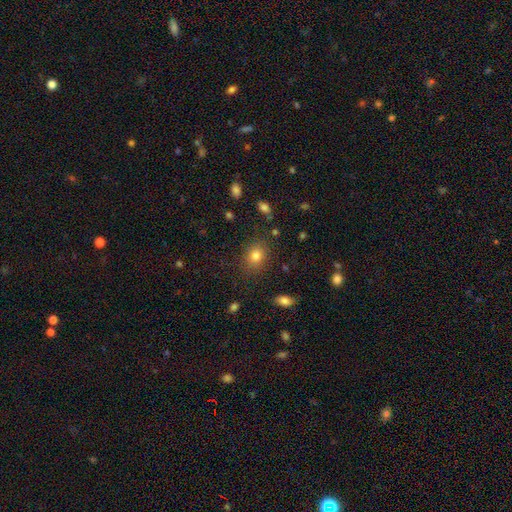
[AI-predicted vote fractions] smooth-or-featured: smooth: 80% | star or artifact: 12% | featured or disk: 7%
  how-rounded: round: 50% | in between: 49% | cigar-shaped: 1%
  merging: none: 83% | minor disturbance: 11% | major disturbance: 4% | merger: 2%